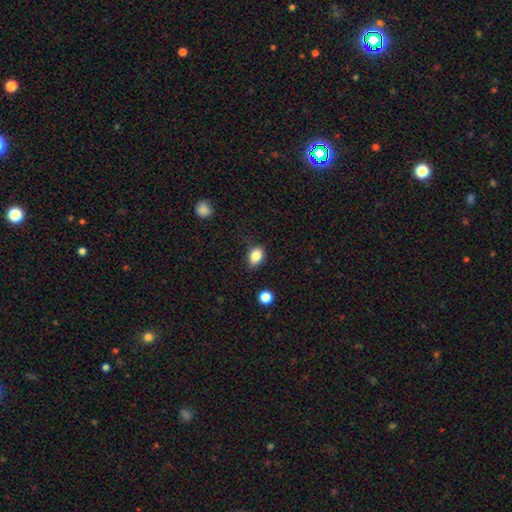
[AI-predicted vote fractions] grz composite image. It shows a smooth galaxy with no disk features (85%) that is in between round and cigar-shaped (72%). Merging: none (76%).